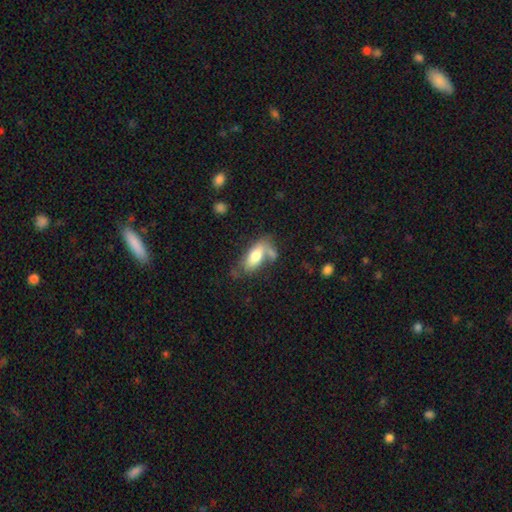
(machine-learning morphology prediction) smooth-or-featured: smooth: 71% | featured or disk: 22% | star or artifact: 7%
  how-rounded: in between: 84% | cigar-shaped: 13% | round: 3%
  merging: none: 46% | merger: 22% | minor disturbance: 21% | major disturbance: 11%